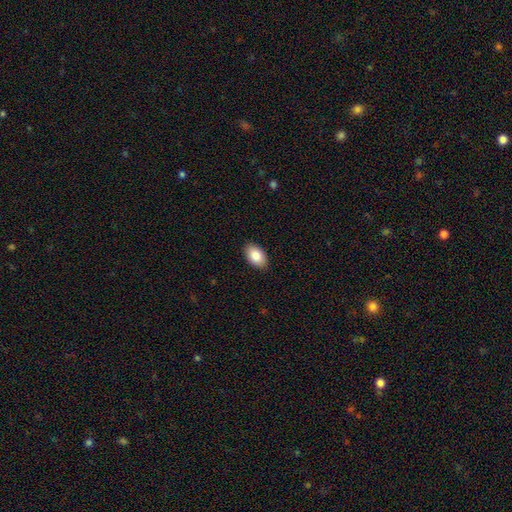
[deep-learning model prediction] smooth_or_featured: smooth (p=0.86) [alt: featured or disk p=0.07]
how_rounded: in between (p=0.92) [alt: round p=0.07]
merging: none (p=0.89) [alt: minor disturbance p=0.09]